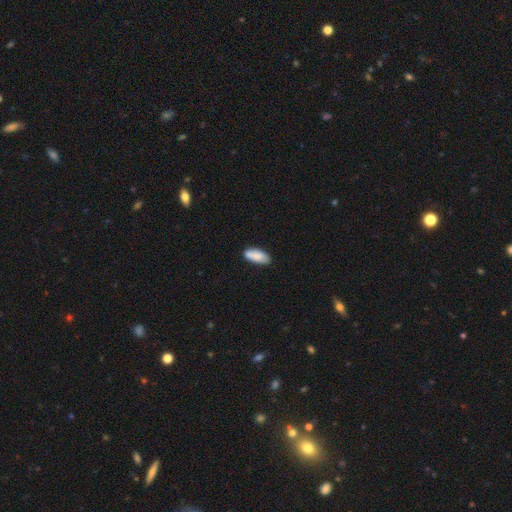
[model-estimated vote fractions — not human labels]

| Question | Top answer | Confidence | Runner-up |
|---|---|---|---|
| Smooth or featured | smooth | 86% | featured or disk (7%) |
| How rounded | in between | 81% | cigar-shaped (17%) |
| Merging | none | 78% | minor disturbance (17%) |